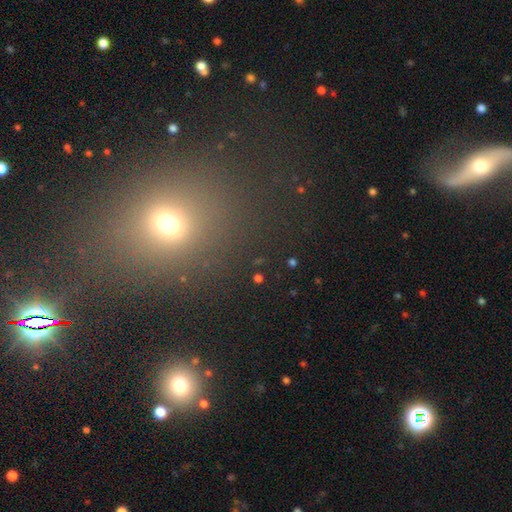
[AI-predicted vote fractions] Overall: smooth (46%; star or artifact 36%). Merging: none (75%).